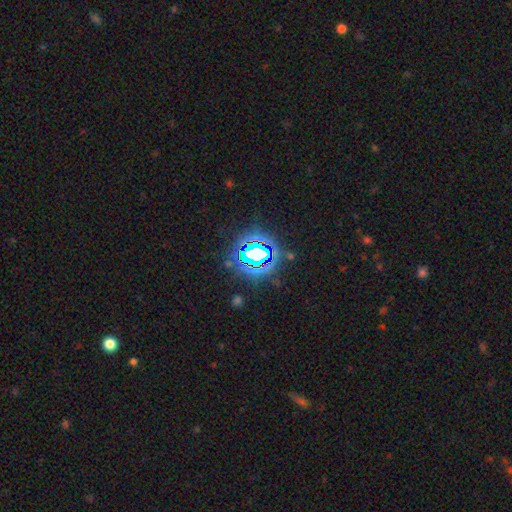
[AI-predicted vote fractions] Smooth or featured: star or artifact — 72% (smooth — 16%)